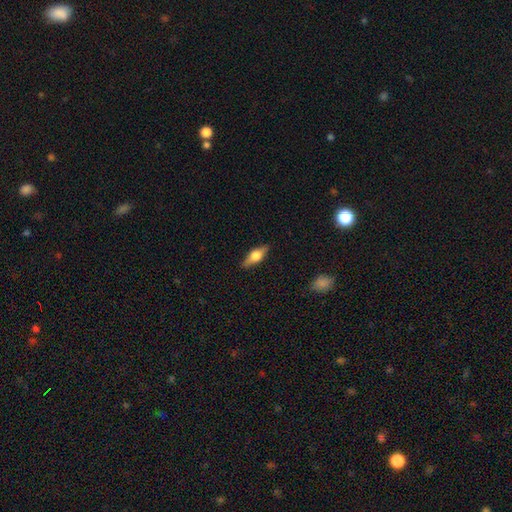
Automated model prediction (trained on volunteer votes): Smooth or featured? featured or disk (51%)
Edge-on disk? yes (92%)
Merging? none (88%)